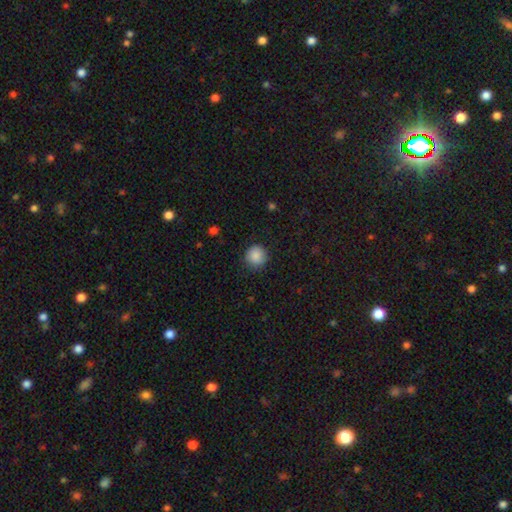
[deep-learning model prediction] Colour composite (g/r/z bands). It shows a smooth galaxy with no disk features (88%) that is round (93%). Merging: none (87%).